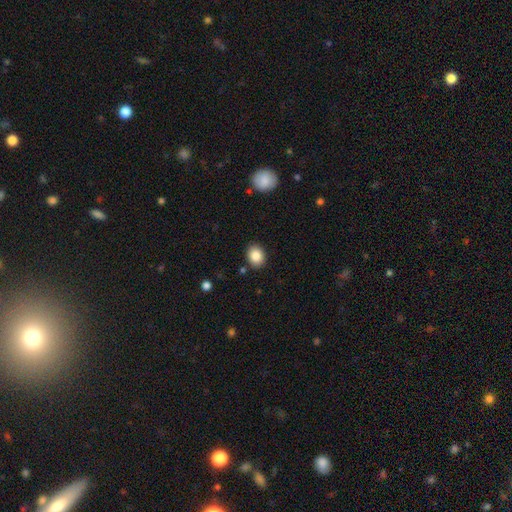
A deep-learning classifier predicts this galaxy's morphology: Smooth or featured?
  - smooth: 86% *
  - star or artifact: 8%
  - featured or disk: 5%
How rounded?
  - in between: 56% *
  - round: 44%
  - cigar-shaped: 1%
Merging?
  - none: 87% *
  - minor disturbance: 9%
  - major disturbance: 2%
  - merger: 2%